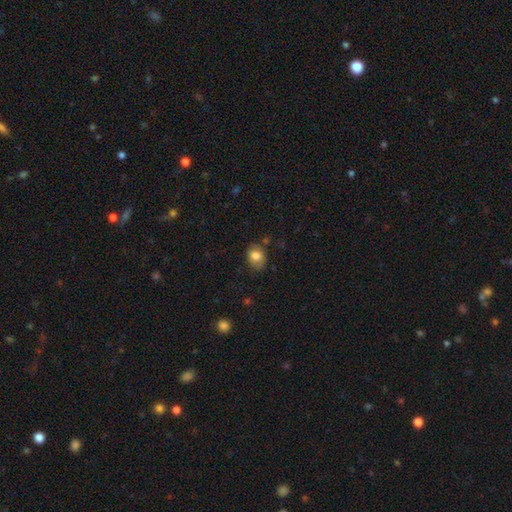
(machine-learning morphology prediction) Overall: smooth (79%). How rounded: in between (63%; round 36%). Merging: none (70%).